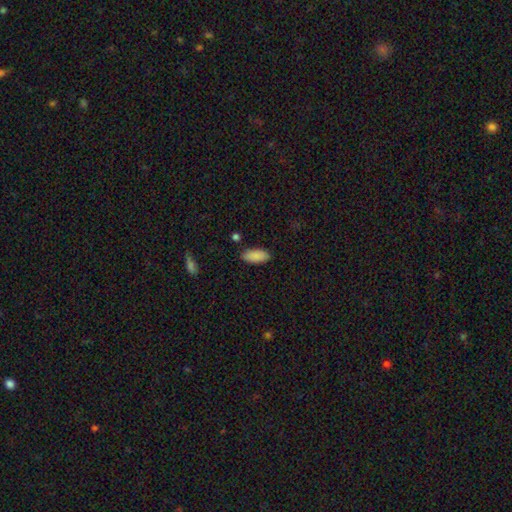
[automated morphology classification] smooth 89%, star or artifact 6%, featured or disk 5%. Down the decision tree: how rounded — in between (85%); merging — none (86%).